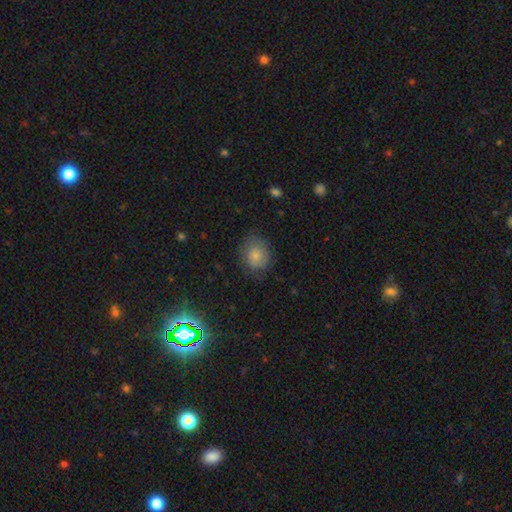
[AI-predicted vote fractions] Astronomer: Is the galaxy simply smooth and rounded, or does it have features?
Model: smooth — 78%.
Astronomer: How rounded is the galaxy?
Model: round — 72%.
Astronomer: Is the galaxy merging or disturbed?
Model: none — 71%.